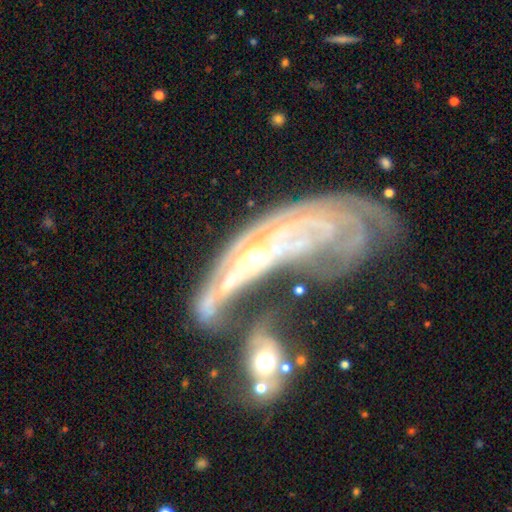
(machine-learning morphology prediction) A featured or disk galaxy (79%) with no bar (67%), tight (66%) spiral arms (81%) and a small central bulge (71%).

Vote fractions:
- Smooth or featured? featured or disk: 79% / smooth: 11% / star or artifact: 9%
- Edge-on disk? no: 79% / yes: 21%
- Bar? no: 67% / weak: 21% / strong: 12%
- Spiral arms? yes: 81% / no: 19%
- Spiral winding? tight: 66% / medium: 23% / loose: 11%
- Spiral arm count? can't tell: 54% / 2: 16% / 3: 11% / 4: 7% / more than 4: 6% / 1: 6%
- Bulge size? small: 71% / moderate: 20% / none: 6% / large: 2% / dominant: 2%
- Merging? merger: 41% / none: 23% / major disturbance: 21% / minor disturbance: 15%